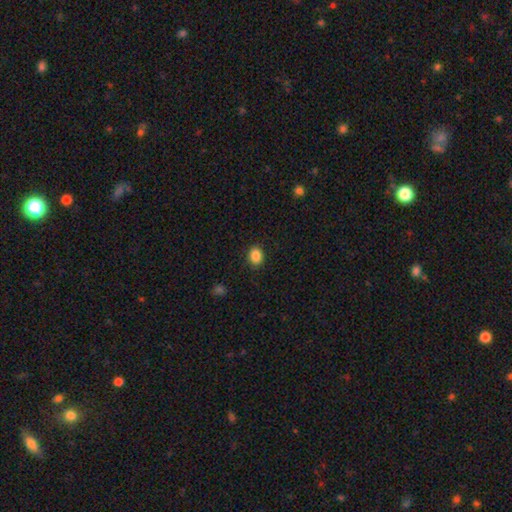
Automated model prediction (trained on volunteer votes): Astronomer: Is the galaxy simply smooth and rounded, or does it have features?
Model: smooth — 87%.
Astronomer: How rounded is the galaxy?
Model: in between — 55% (runner-up: round, 44%).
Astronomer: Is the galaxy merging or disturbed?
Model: none — 89%.